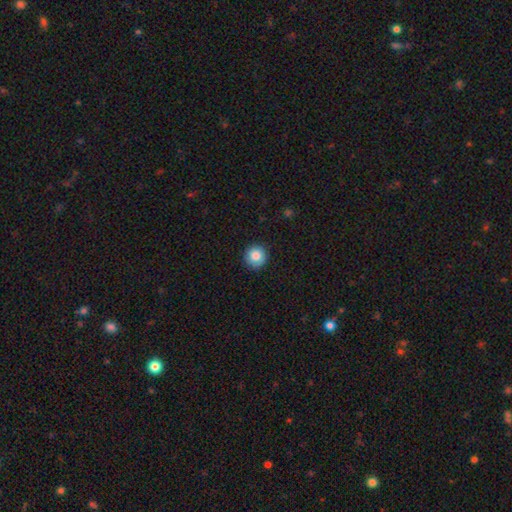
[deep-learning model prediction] Smooth or featured? smooth (85%)
How rounded? round (95%)
Merging? none (90%)